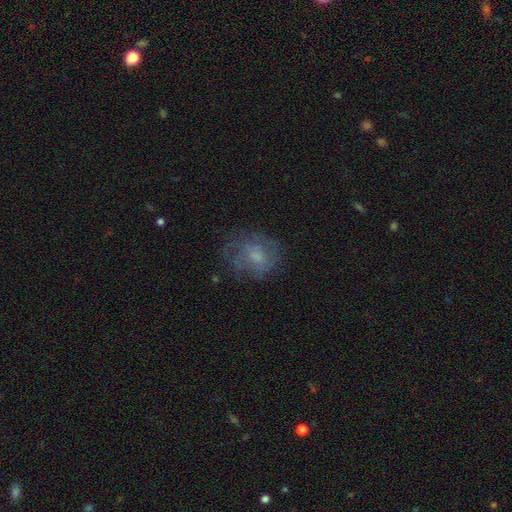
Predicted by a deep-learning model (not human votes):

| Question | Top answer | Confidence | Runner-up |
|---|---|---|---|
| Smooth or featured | smooth | 45% | featured or disk (44%) |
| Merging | none | 64% | minor disturbance (20%) |